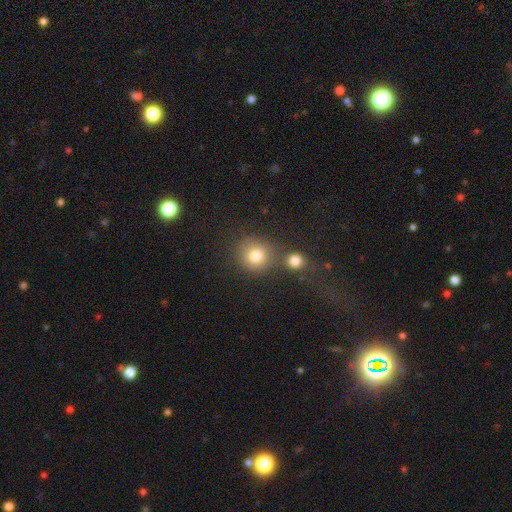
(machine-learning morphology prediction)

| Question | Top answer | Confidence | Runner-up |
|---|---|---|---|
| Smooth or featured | smooth | 79% | star or artifact (13%) |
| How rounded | round | 86% | in between (13%) |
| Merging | none | 65% | merger (21%) |